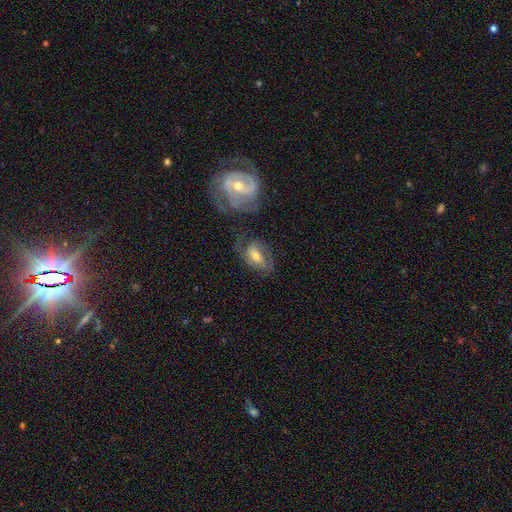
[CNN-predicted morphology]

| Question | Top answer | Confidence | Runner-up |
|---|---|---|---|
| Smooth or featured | featured or disk | 64% | smooth (28%) |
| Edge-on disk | no | 93% | yes (7%) |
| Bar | weak | 42% | no (30%) |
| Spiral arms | yes | 84% | no (16%) |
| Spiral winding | medium | 45% | tight (34%) |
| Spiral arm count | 2 | 62% | can't tell (19%) |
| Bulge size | moderate | 61% | small (29%) |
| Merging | none | 52% | minor disturbance (21%) |